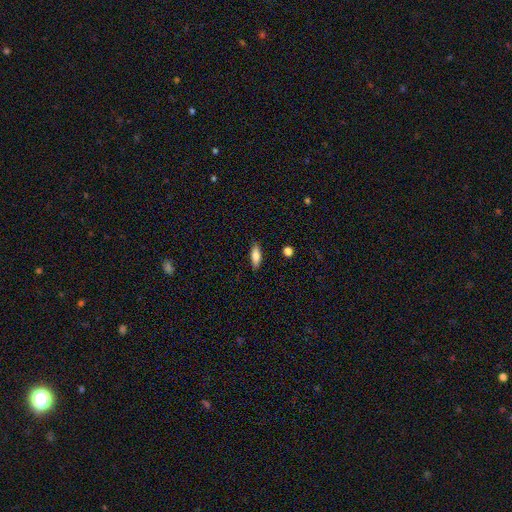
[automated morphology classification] Smooth or featured: smooth — 79% (featured or disk — 14%)
How rounded: in between — 66% (cigar-shaped — 32%)
Merging: none — 84% (minor disturbance — 12%)